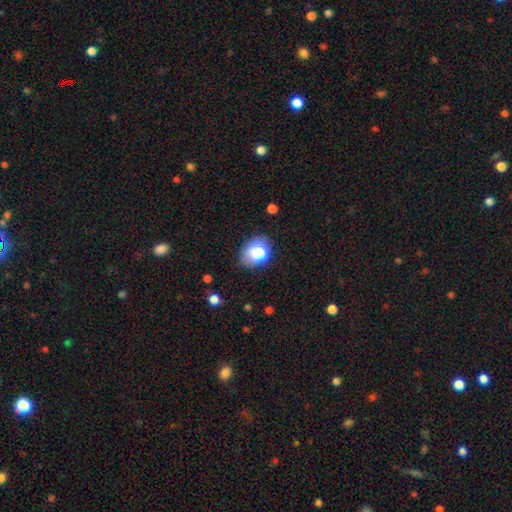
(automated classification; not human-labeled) This appears to be a smooth galaxy with no disk features (69%) that is round (59%). Merging: none (74%).